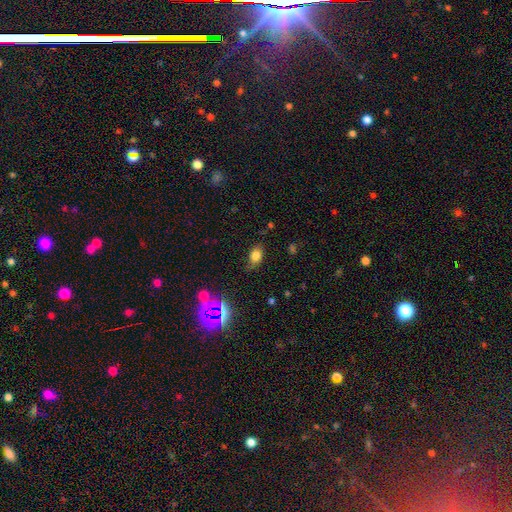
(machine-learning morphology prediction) The model was most divided on "merging": none: 72%, minor disturbance: 21%, major disturbance: 6%, merger: 2%. More confident: how rounded — in between (77%); smooth or featured — smooth (73%).